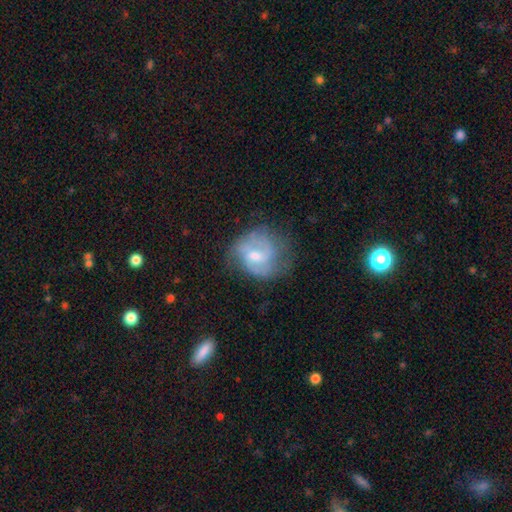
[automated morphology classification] Smooth or featured? featured or disk (64%)
Edge-on disk? no (97%)
Bar? weak (53%)
Spiral arms? yes (81%)
Spiral winding? medium (46%)
Spiral arm count? 2 (59%)
Bulge size? moderate (54%)
Merging? none (57%)